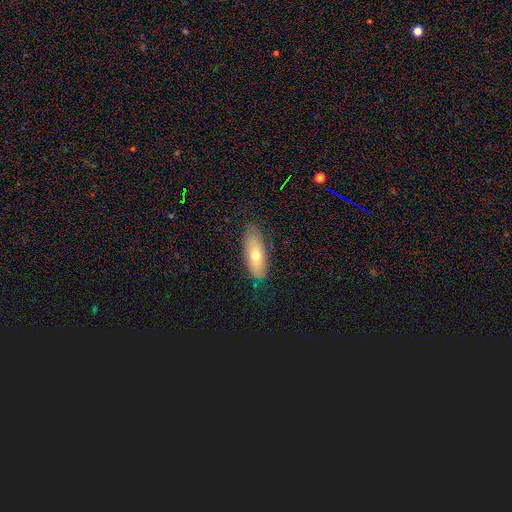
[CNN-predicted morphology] type=smooth (65%); roundness=in between (71%); merging=none (79%).